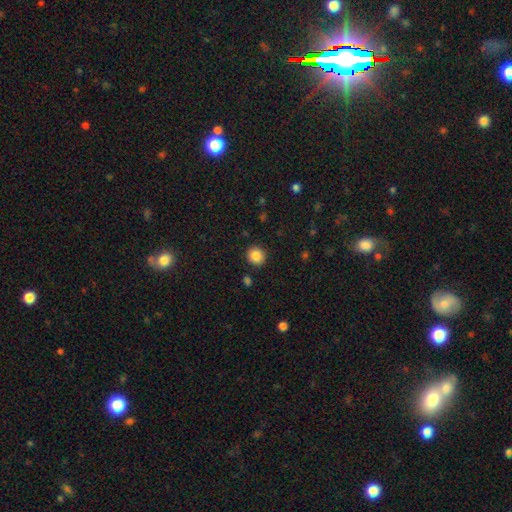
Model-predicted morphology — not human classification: This is clearly a smooth galaxy (86%). How rounded: clearly round (86%). Merging: clearly none (90%).